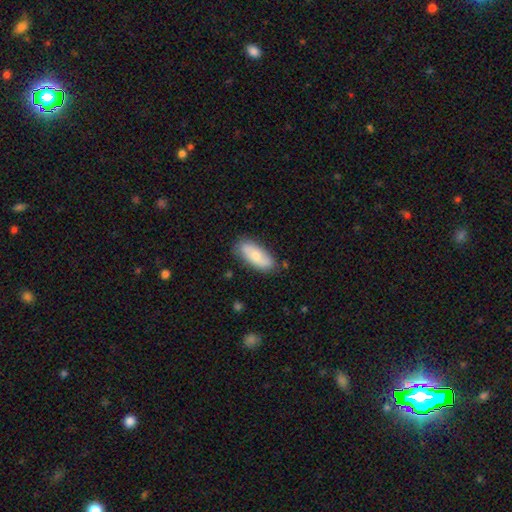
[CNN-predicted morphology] A smooth galaxy with no disk features (65%) that is in between round and cigar-shaped (83%).

Vote fractions:
- Smooth or featured? smooth: 65% / featured or disk: 29% / star or artifact: 6%
- How rounded? in between: 83% / cigar-shaped: 15% / round: 2%
- Merging? none: 79% / minor disturbance: 16% / major disturbance: 3% / merger: 2%